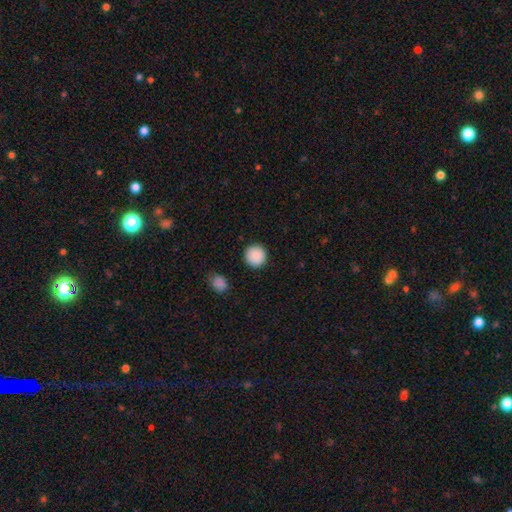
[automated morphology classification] smooth 90%, star or artifact 7%, featured or disk 3%. Down the decision tree: how rounded — round (95%); merging — none (92%).